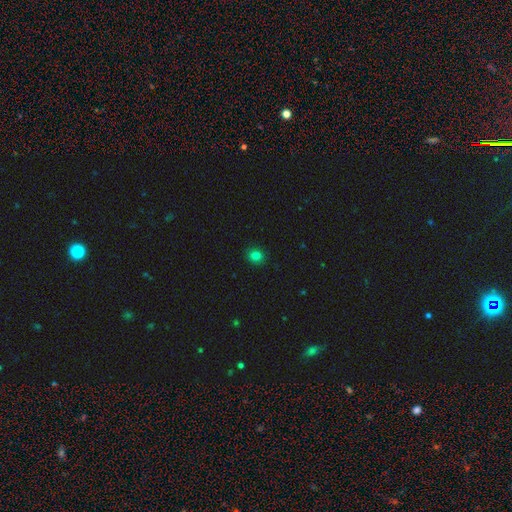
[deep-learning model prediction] Smooth or featured?
  - smooth: 81% *
  - star or artifact: 14%
  - featured or disk: 5%
How rounded?
  - round: 72% *
  - in between: 27%
  - cigar-shaped: 1%
Merging?
  - none: 90% *
  - minor disturbance: 7%
  - major disturbance: 2%
  - merger: 1%